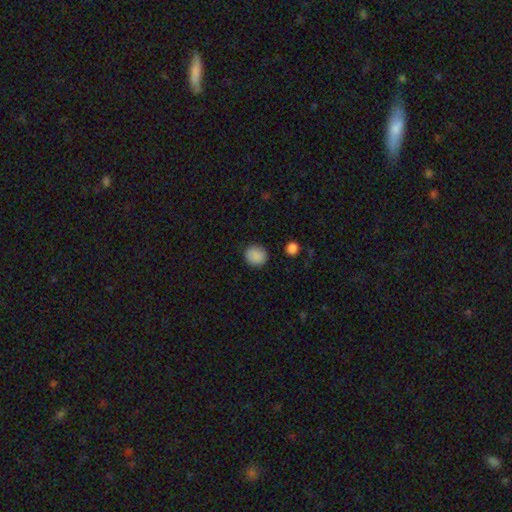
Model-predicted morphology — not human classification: Overall: smooth (88%). How rounded: round (89%). Merging: none (88%).